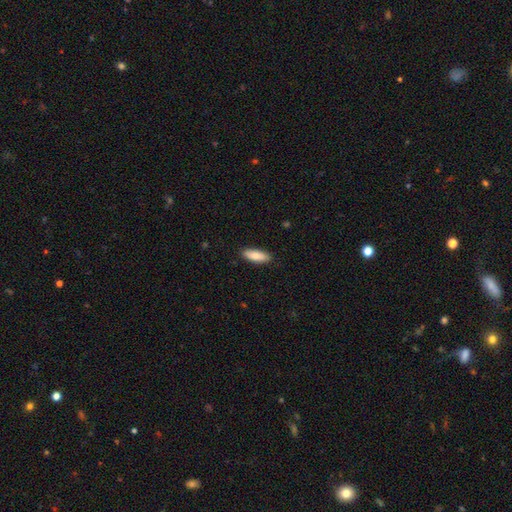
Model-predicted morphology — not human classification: This is clearly a smooth galaxy (84%). How rounded: likely in between (69%). Merging: clearly none (88%).